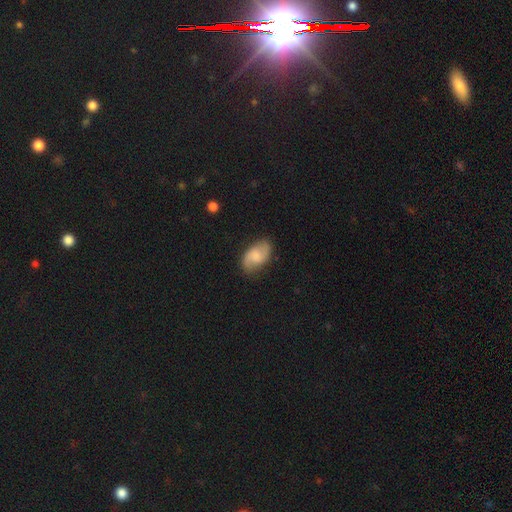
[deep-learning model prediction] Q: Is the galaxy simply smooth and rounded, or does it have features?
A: featured or disk — 54%.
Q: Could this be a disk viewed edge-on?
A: no — 96%.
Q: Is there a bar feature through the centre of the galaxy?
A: weak — 46%.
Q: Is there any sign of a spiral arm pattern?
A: yes — 90%.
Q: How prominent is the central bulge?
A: small — 32%.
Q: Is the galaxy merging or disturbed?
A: none — 78%.